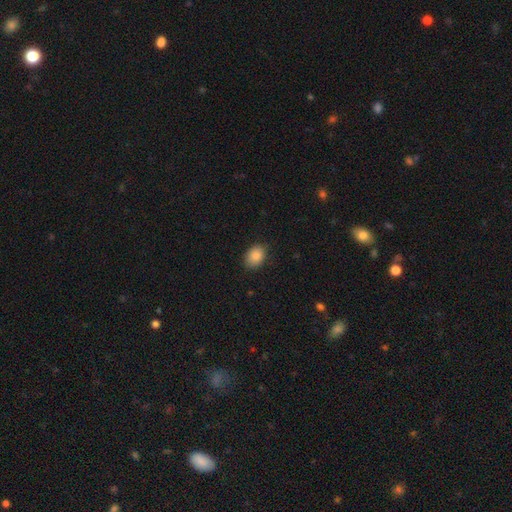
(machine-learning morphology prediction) A smooth galaxy with no disk features (87%) that is in between round and cigar-shaped (73%).

Vote fractions:
- Smooth or featured? smooth: 87% / star or artifact: 8% / featured or disk: 5%
- How rounded? in between: 73% / round: 26% / cigar-shaped: 1%
- Merging? none: 84% / minor disturbance: 13% / major disturbance: 3% / merger: 1%